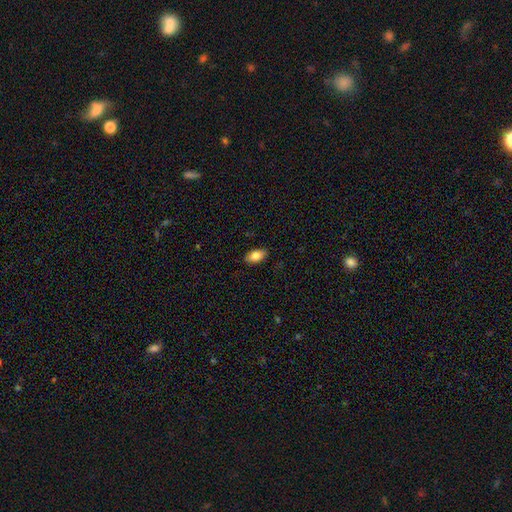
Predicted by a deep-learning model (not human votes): Smooth or featured: smooth — 84% (featured or disk — 9%)
How rounded: in between — 91% (round — 5%)
Merging: none — 87% (minor disturbance — 10%)